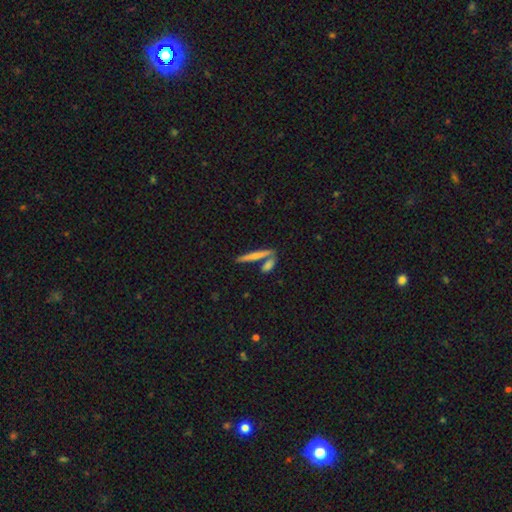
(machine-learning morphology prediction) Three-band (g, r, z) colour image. It shows a smooth galaxy with no disk features (61%) that is cigar-shaped (87%). Merging: none (65%).